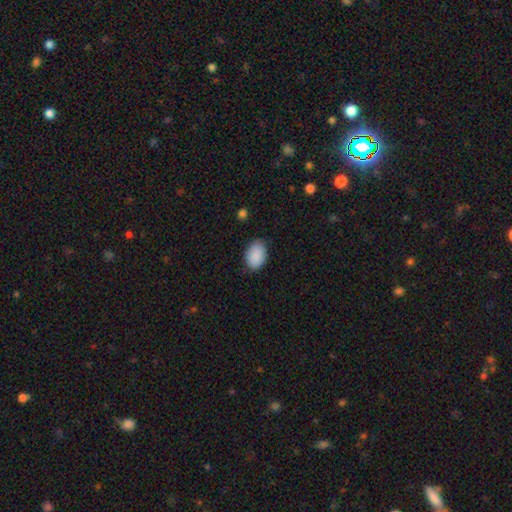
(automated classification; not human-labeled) The model was most divided on "merging": none: 79%, minor disturbance: 17%, major disturbance: 3%, merger: 1%. More confident: smooth or featured — smooth (90%); how rounded — in between (82%).